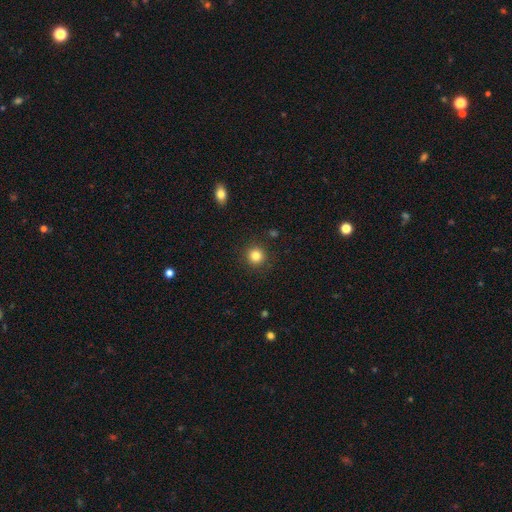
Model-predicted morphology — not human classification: smooth-or-featured: smooth: 84% | star or artifact: 11% | featured or disk: 5%
  how-rounded: round: 94% | in between: 5% | cigar-shaped: 1%
  merging: none: 91% | minor disturbance: 6% | major disturbance: 2% | merger: 1%